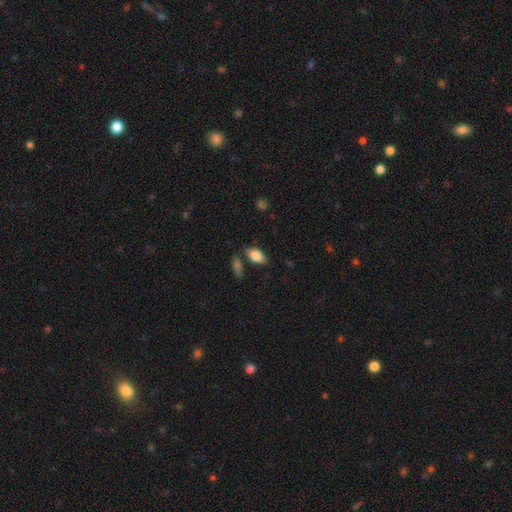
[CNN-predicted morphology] A smooth galaxy with no disk features (84%) that is in between round and cigar-shaped (92%). Merging: none (72%).